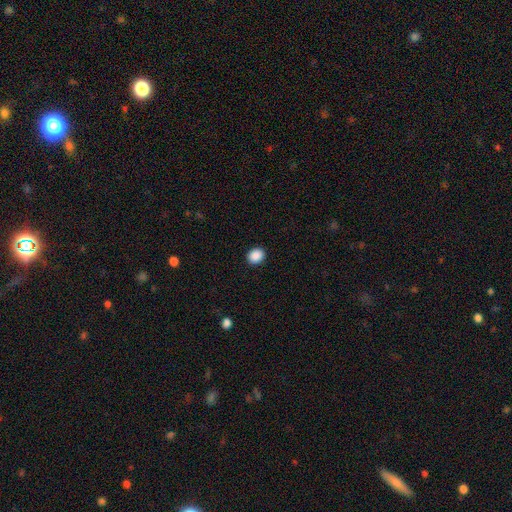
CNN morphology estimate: smooth 89%, star or artifact 8%, featured or disk 2%. Down the decision tree: how rounded — round (62%); merging — none (92%).